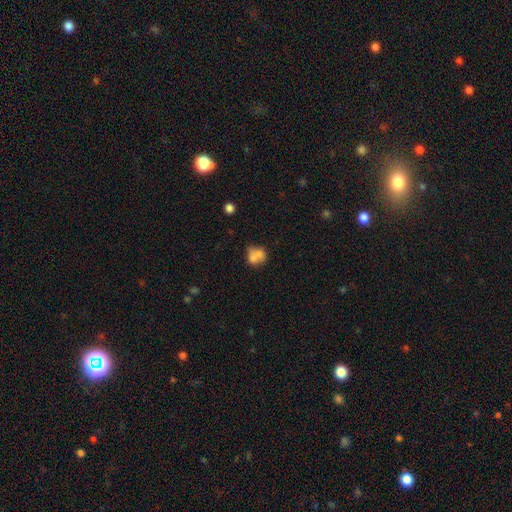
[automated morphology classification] Smooth or featured: smooth — 66% (featured or disk — 23%)
How rounded: round — 60% (in between — 39%)
Merging: merger — 46% (none — 31%)